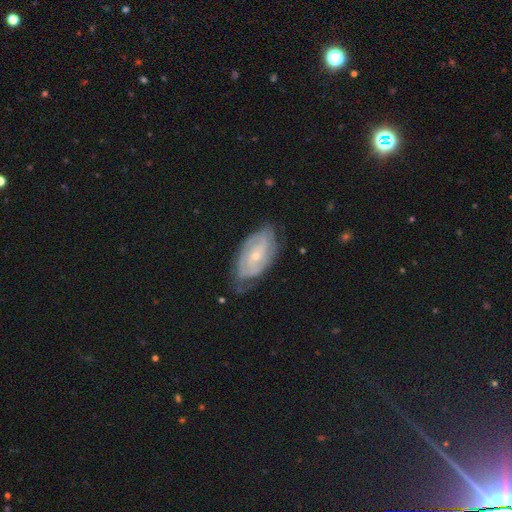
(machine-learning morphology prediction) smooth-or-featured: featured or disk: 81% | smooth: 13% | star or artifact: 6%
  disk-edge-on: no: 95% | yes: 5%
    bar: no: 55% | weak: 35% | strong: 9%
    has-spiral-arms: yes: 93% | no: 7%
      spiral-winding: tight: 64% | medium: 29% | loose: 7%
      spiral-arm-count: 2: 46% | can't tell: 30% | 3: 13% | 4: 5% | 1: 4% | more than 4: 3%
    bulge-size: small: 68% | moderate: 28% | none: 2% | large: 1% | dominant: 1%
  merging: none: 69% | minor disturbance: 23% | major disturbance: 6% | merger: 1%